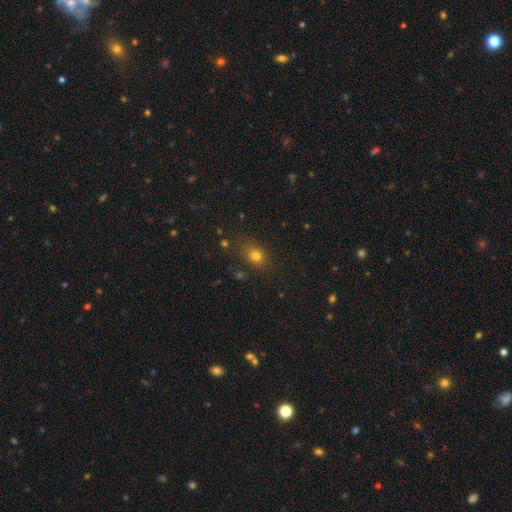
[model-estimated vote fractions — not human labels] The model was most divided on "how rounded": in between: 54%, round: 44%, cigar-shaped: 2%. More confident: merging — none (80%); smooth or featured — smooth (74%).